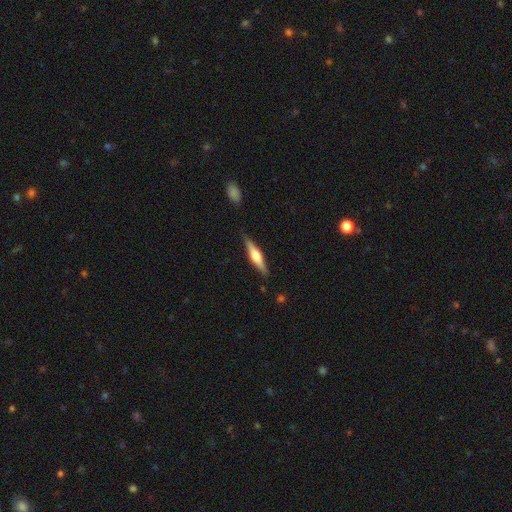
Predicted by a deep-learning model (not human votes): smooth_or_featured: featured or disk (p=0.63) [alt: smooth p=0.32]
disk_edge_on: yes (p=0.97) [alt: no p=0.03]
edge_on_bulge: rounded (p=0.87) [alt: boxy p=0.10]
merging: none (p=0.87) [alt: minor disturbance p=0.09]